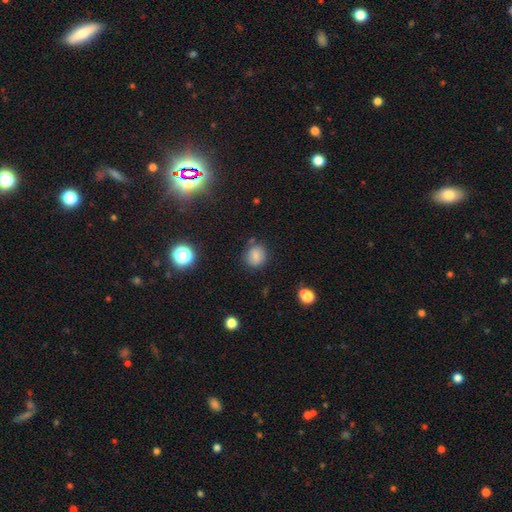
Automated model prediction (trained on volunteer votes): Q: Smooth or featured?
A: smooth (78%); runner-up: star or artifact (13%)
Q: How rounded?
A: round (81%); runner-up: in between (18%)
Q: Merging?
A: none (80%); runner-up: minor disturbance (13%)